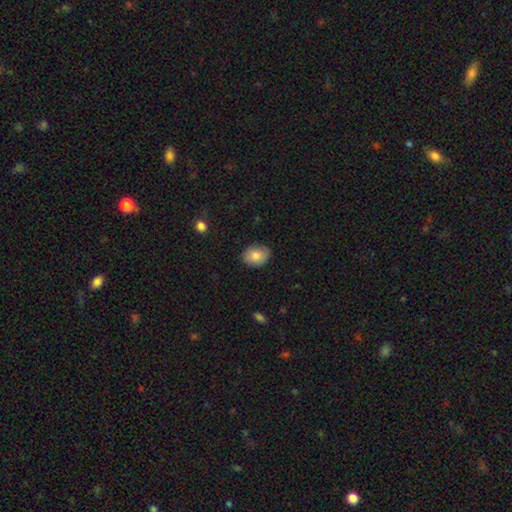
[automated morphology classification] A smooth galaxy with no disk features (82%) that is in between round and cigar-shaped (69%).

Vote fractions:
- Smooth or featured? smooth: 82% / featured or disk: 10% / star or artifact: 7%
- How rounded? in between: 69% / round: 31% / cigar-shaped: 1%
- Merging? none: 82% / minor disturbance: 15% / major disturbance: 2% / merger: 1%